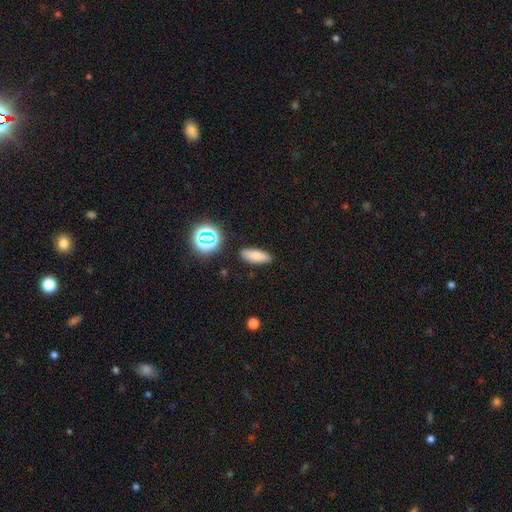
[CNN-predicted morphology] Q: Smooth or featured?
A: smooth (78%); runner-up: star or artifact (12%)
Q: How rounded?
A: in between (69%); runner-up: cigar-shaped (27%)
Q: Merging?
A: none (86%); runner-up: minor disturbance (9%)